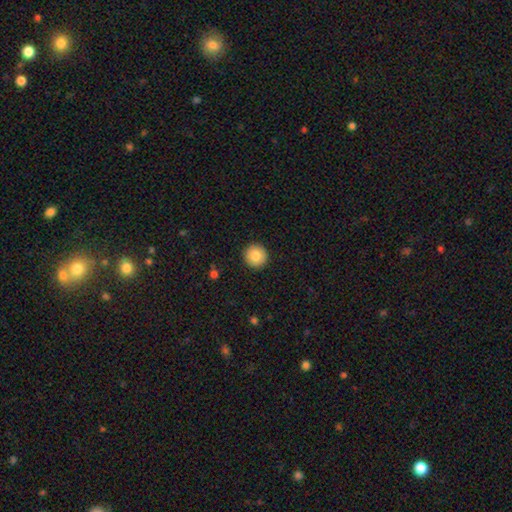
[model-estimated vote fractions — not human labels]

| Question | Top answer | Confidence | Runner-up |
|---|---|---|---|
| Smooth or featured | smooth | 85% | star or artifact (9%) |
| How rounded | round | 96% | in between (3%) |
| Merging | none | 93% | minor disturbance (5%) |